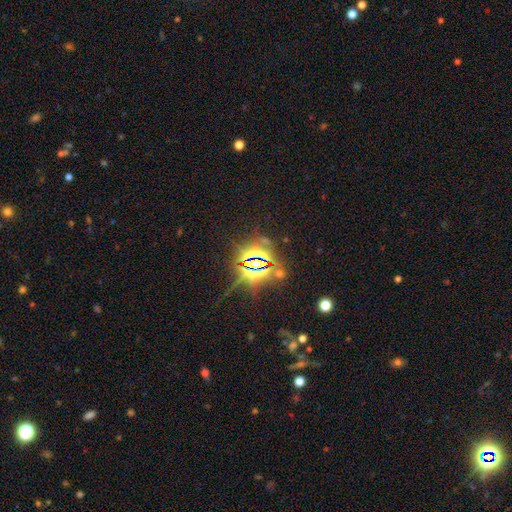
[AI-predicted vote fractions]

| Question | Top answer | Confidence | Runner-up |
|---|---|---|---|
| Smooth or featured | star or artifact | 86% | smooth (8%) |